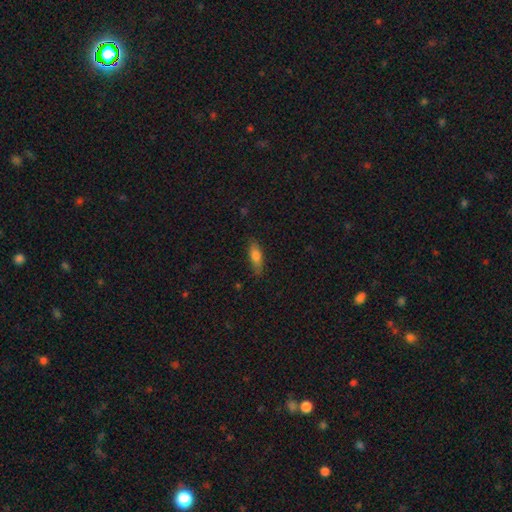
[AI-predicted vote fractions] smooth-or-featured: smooth: 77% | featured or disk: 15% | star or artifact: 8%
  how-rounded: in between: 59% | cigar-shaped: 38% | round: 3%
  merging: none: 78% | minor disturbance: 17% | major disturbance: 4% | merger: 1%